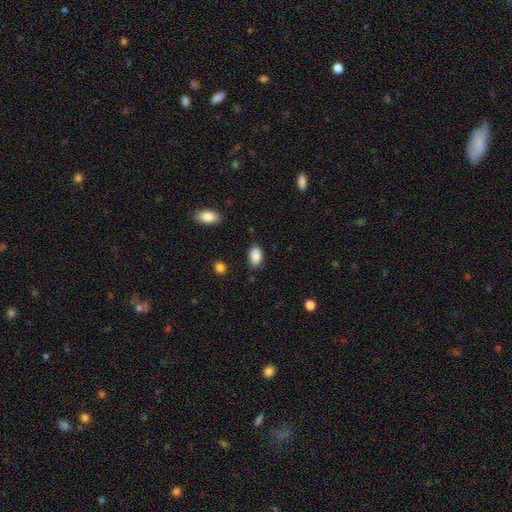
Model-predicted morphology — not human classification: smooth 87%, star or artifact 8%, featured or disk 5%. Down the decision tree: how rounded — in between (91%); merging — none (72%).